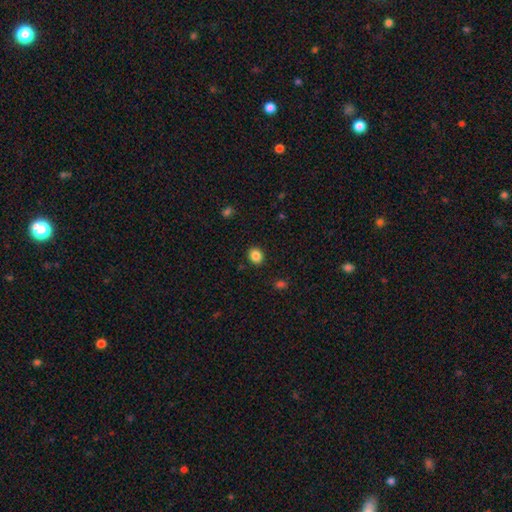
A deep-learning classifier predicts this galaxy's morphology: Smooth or featured? smooth (86%)
How rounded? round (54%)
Merging? none (89%)